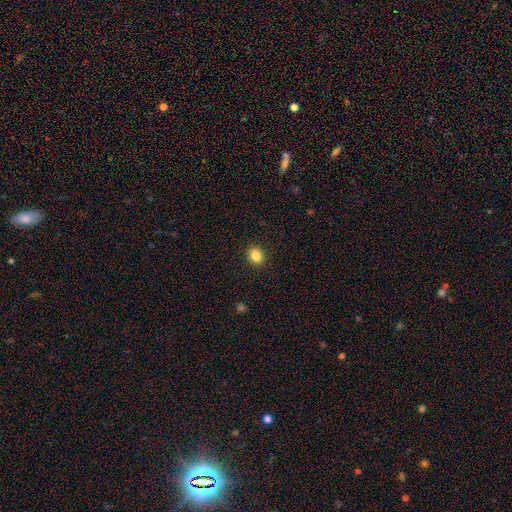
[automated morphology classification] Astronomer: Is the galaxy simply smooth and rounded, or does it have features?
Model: smooth — 86%.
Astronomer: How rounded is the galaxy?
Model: in between — 55% (runner-up: round, 44%).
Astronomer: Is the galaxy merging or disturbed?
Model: none — 90%.